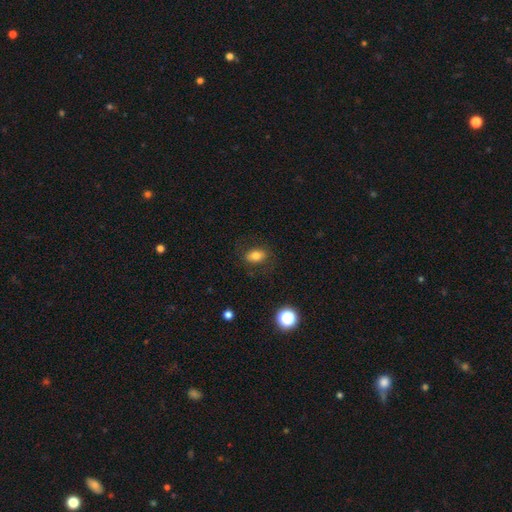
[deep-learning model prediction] Morphology: type=smooth (77%); roundness=in between (81%); merging=none (81%).